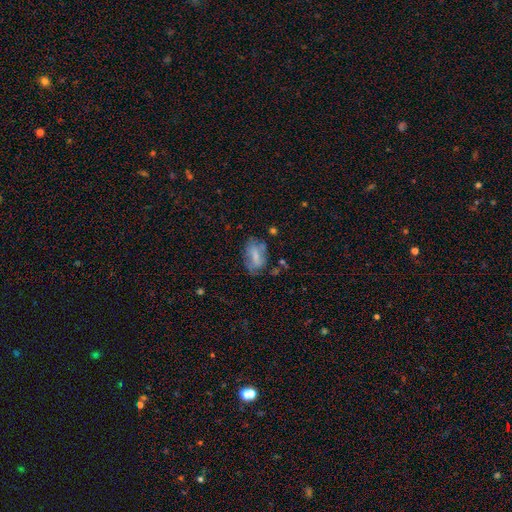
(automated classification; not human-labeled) Smooth or featured: smooth — 58% (featured or disk — 34%)
How rounded: in between — 87% (round — 10%)
Merging: none — 54% (minor disturbance — 27%)